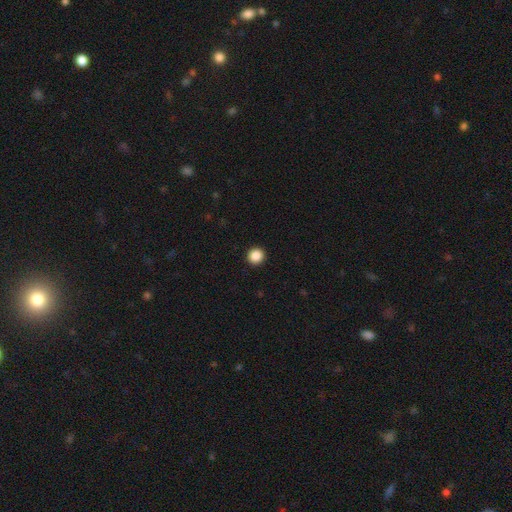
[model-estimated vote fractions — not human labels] A smooth galaxy with no disk features (88%) that is round (94%).

Vote fractions:
- Smooth or featured? smooth: 88% / star or artifact: 10% / featured or disk: 3%
- How rounded? round: 94% / in between: 5% / cigar-shaped: 1%
- Merging? none: 94% / minor disturbance: 4% / major disturbance: 1% / merger: 1%